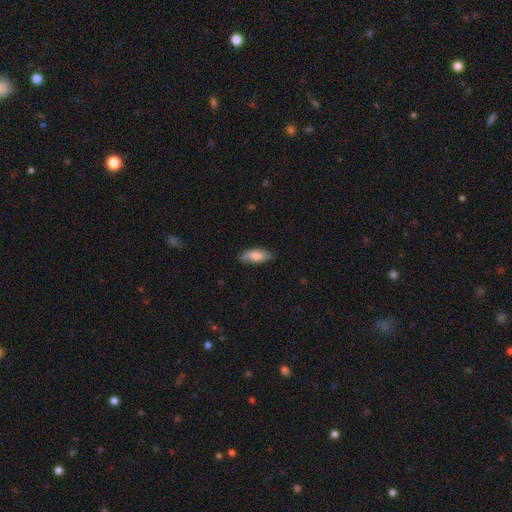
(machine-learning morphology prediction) A smooth galaxy with no disk features (76%) that is in between round and cigar-shaped (76%). Merging: none (76%).